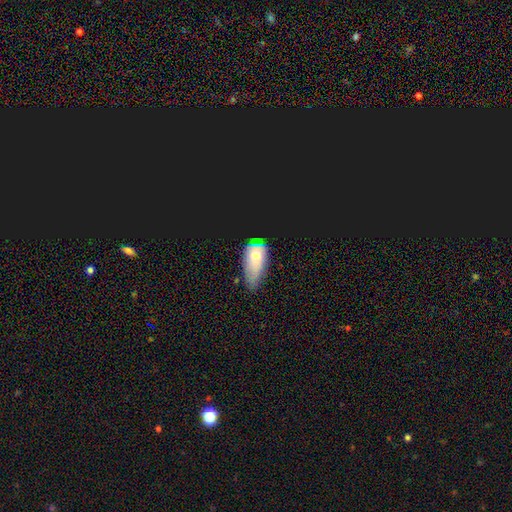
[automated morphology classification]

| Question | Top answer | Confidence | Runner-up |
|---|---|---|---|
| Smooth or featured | smooth | 50% | star or artifact (31%) |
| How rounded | in between | 78% | round (14%) |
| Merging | none | 37% | minor disturbance (35%) |